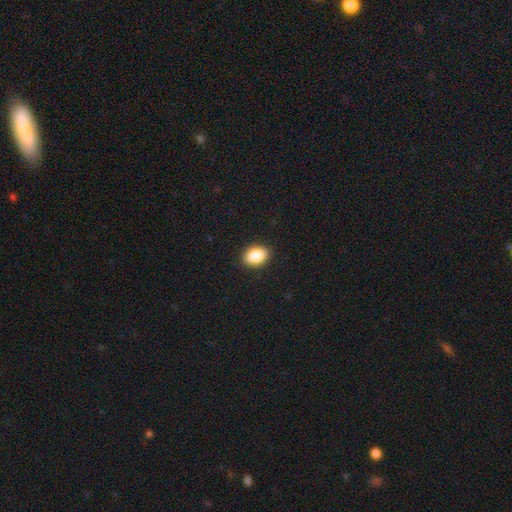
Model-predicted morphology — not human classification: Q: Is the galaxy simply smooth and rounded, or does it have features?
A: smooth — 86%.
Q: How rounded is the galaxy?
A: in between — 81%.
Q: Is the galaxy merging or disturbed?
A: none — 90%.